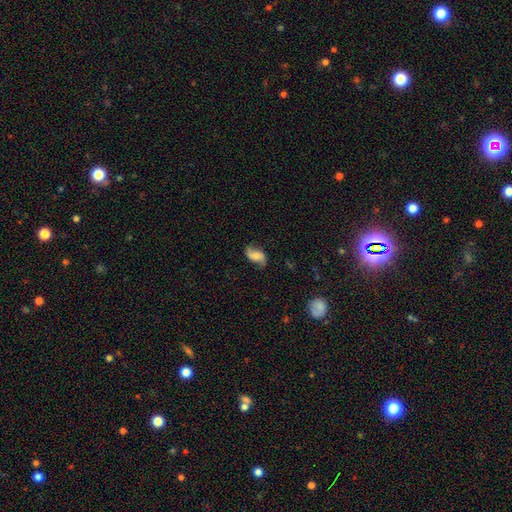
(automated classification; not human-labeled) The model was most divided on "smooth or featured": featured or disk: 53%, smooth: 38%, star or artifact: 9%. Remaining: edge-on disk — no (96%); spiral arms — yes (92%); merging — none (73%); bar — no (53%); bulge size — none (39%).